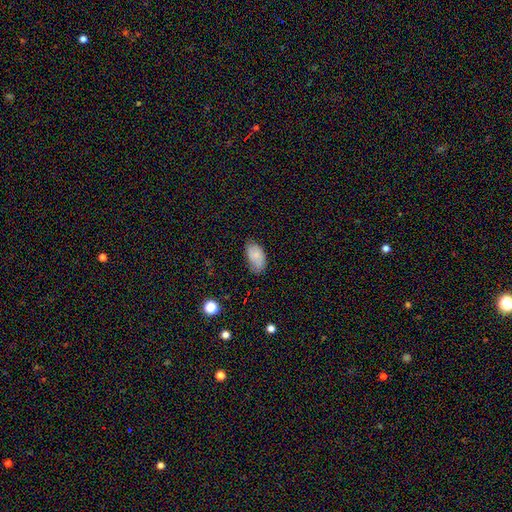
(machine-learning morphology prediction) The model was most divided on "merging": none: 65%, minor disturbance: 27%, major disturbance: 6%, merger: 2%. More confident: how rounded — in between (94%); smooth or featured — smooth (78%).